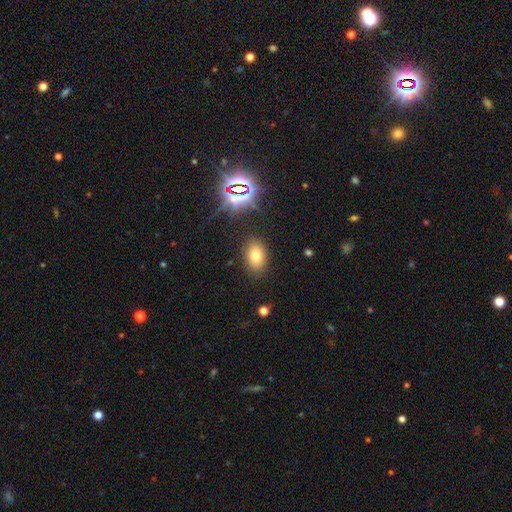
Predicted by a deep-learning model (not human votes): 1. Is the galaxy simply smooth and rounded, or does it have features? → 73% smooth, 16% star or artifact, 11% featured or disk.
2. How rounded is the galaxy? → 85% in between, 14% round, 2% cigar-shaped.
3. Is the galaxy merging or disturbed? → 86% none, 9% minor disturbance, 3% major disturbance, 2% merger.